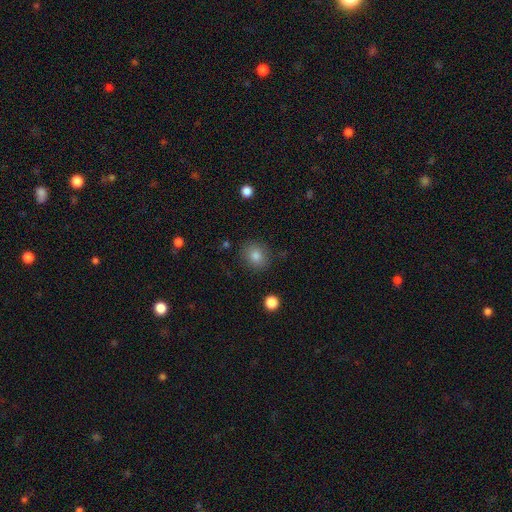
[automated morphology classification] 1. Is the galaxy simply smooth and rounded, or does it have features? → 82% smooth, 11% star or artifact, 7% featured or disk.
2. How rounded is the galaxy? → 76% round, 23% in between, 1% cigar-shaped.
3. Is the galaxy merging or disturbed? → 85% none, 10% minor disturbance, 3% major disturbance, 2% merger.